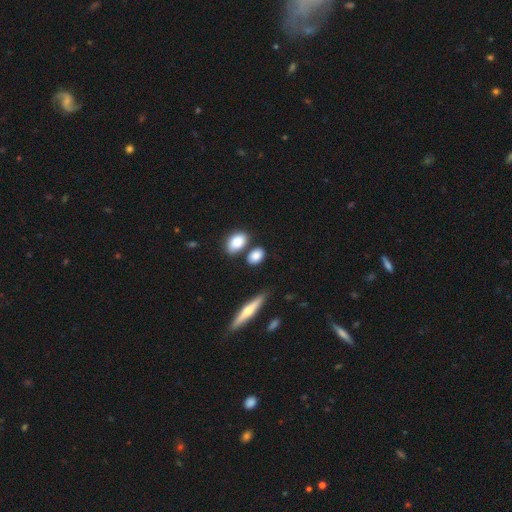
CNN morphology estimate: The model was most divided on "how rounded": in between: 72%, round: 23%, cigar-shaped: 4%. More confident: smooth or featured — smooth (83%); merging — none (67%).